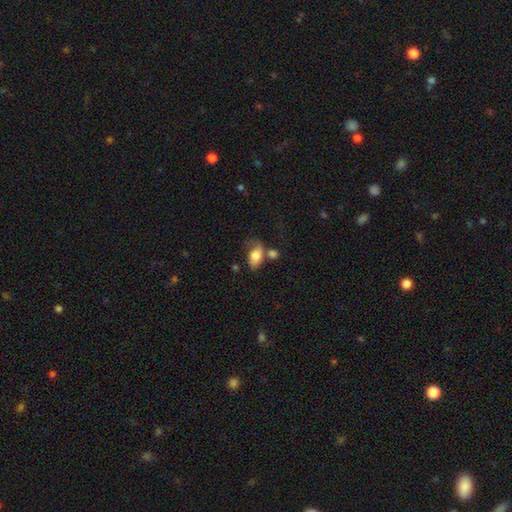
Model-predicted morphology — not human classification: A smooth galaxy with no disk features (74%) that is in between round and cigar-shaped (90%). Merging: none (41%).